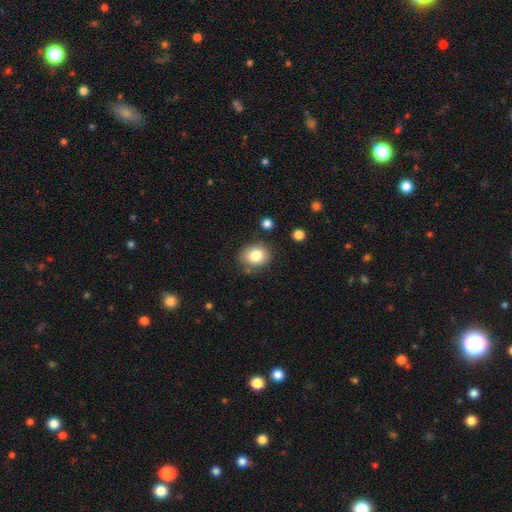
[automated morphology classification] Smooth or featured? smooth (83%)
How rounded? round (50%)
Merging? none (79%)